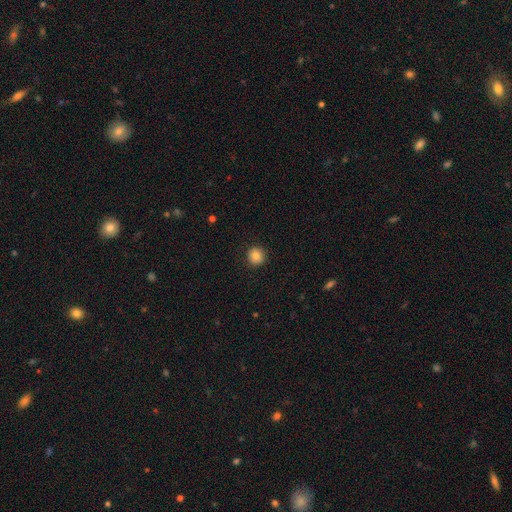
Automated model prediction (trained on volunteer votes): smooth_or_featured: smooth (p=0.82) [alt: star or artifact p=0.10]
how_rounded: round (p=0.93) [alt: in between p=0.06]
merging: none (p=0.90) [alt: minor disturbance p=0.07]